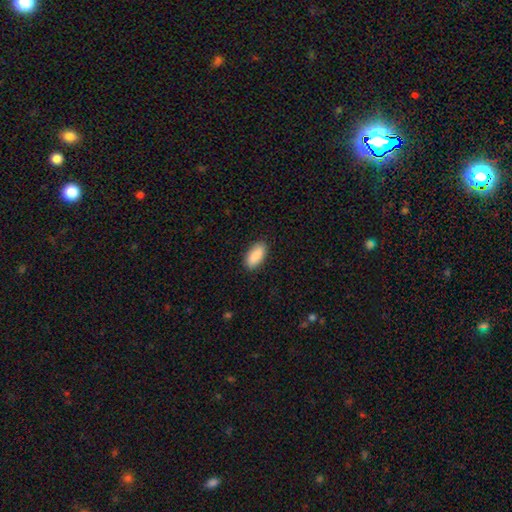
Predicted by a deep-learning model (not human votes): smooth-or-featured: smooth: 90% | star or artifact: 6% | featured or disk: 4%
  how-rounded: in between: 89% | cigar-shaped: 9% | round: 2%
  merging: none: 89% | minor disturbance: 8% | major disturbance: 2% | merger: 1%